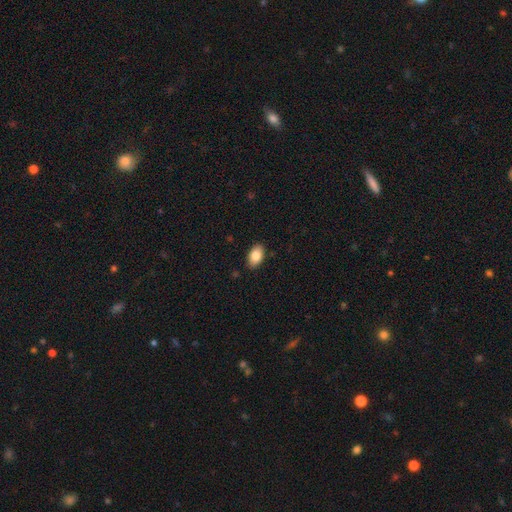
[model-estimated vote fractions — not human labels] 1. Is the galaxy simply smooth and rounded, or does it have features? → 85% smooth, 8% featured or disk, 7% star or artifact.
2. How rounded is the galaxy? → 92% in between, 7% round, 2% cigar-shaped.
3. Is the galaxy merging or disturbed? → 88% none, 9% minor disturbance, 2% major disturbance, 1% merger.